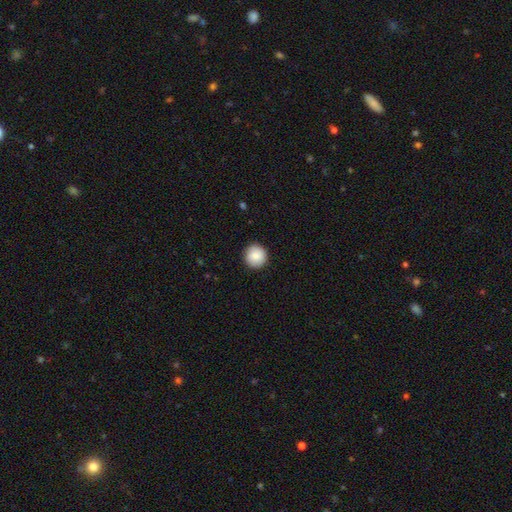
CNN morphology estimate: smooth-or-featured: smooth: 87% | star or artifact: 7% | featured or disk: 5%
  how-rounded: round: 95% | in between: 4% | cigar-shaped: 1%
  merging: none: 91% | minor disturbance: 6% | major disturbance: 2% | merger: 1%